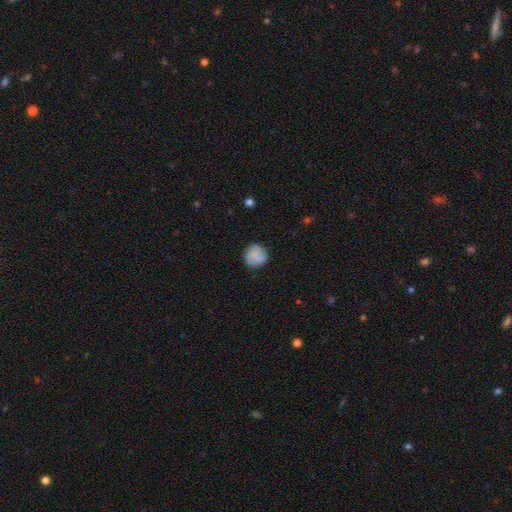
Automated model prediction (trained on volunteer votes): A smooth galaxy with no disk features (78%) that is round (90%).

Vote fractions:
- Smooth or featured? smooth: 78% / featured or disk: 14% / star or artifact: 8%
- How rounded? round: 90% / in between: 9% / cigar-shaped: 1%
- Merging? none: 81% / minor disturbance: 13% / major disturbance: 4% / merger: 1%